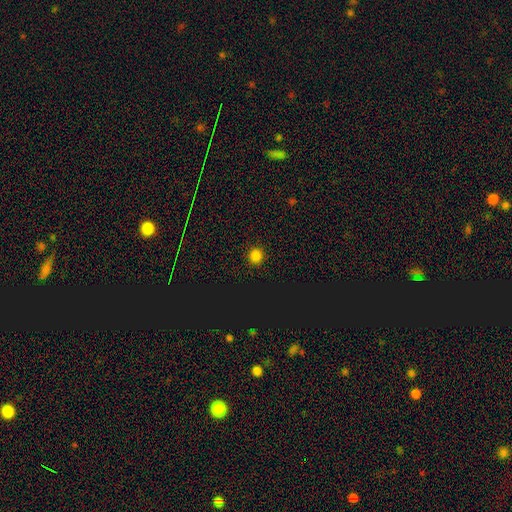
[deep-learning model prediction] This appears to be a smooth galaxy with no disk features (80%) that is round (93%). Merging: none (92%).